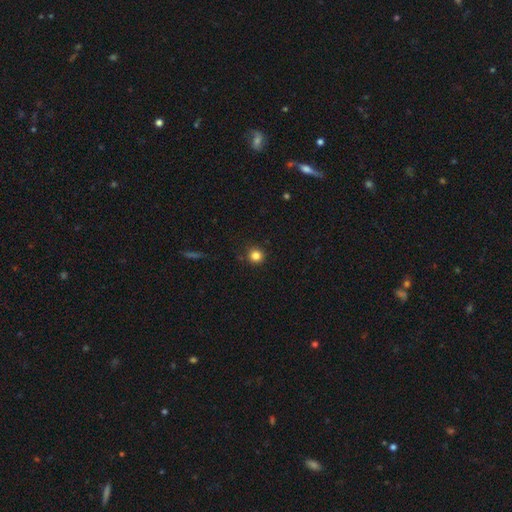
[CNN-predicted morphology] Overall: smooth (83%). How rounded: round (94%). Merging: none (89%).